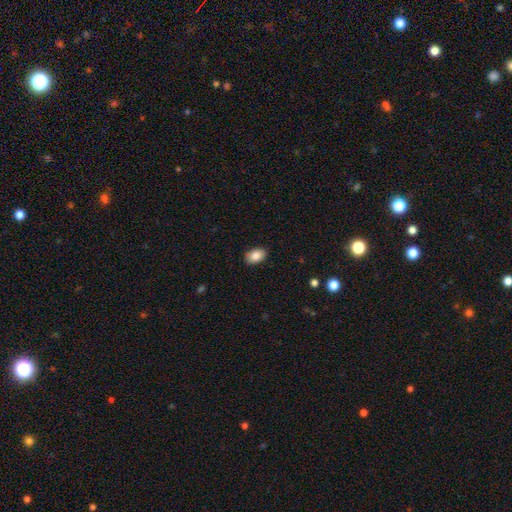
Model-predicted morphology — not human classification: Smooth or featured?
  - smooth: 86% *
  - star or artifact: 7%
  - featured or disk: 6%
How rounded?
  - in between: 88% *
  - round: 11%
  - cigar-shaped: 1%
Merging?
  - none: 88% *
  - minor disturbance: 9%
  - major disturbance: 2%
  - merger: 1%